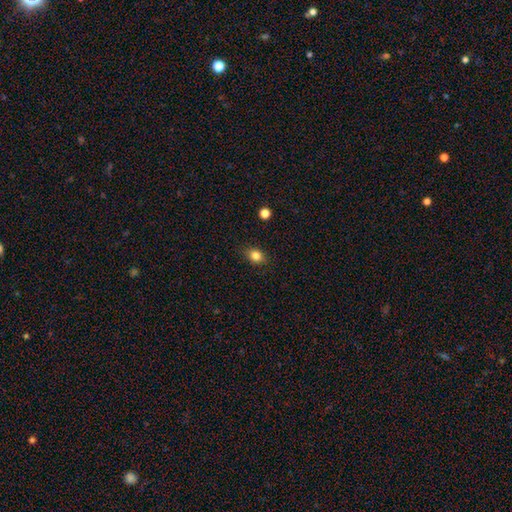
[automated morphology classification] smooth-or-featured: smooth: 83% | star or artifact: 11% | featured or disk: 6%
  how-rounded: in between: 52% | round: 47% | cigar-shaped: 1%
  merging: none: 85% | minor disturbance: 11% | major disturbance: 3% | merger: 1%